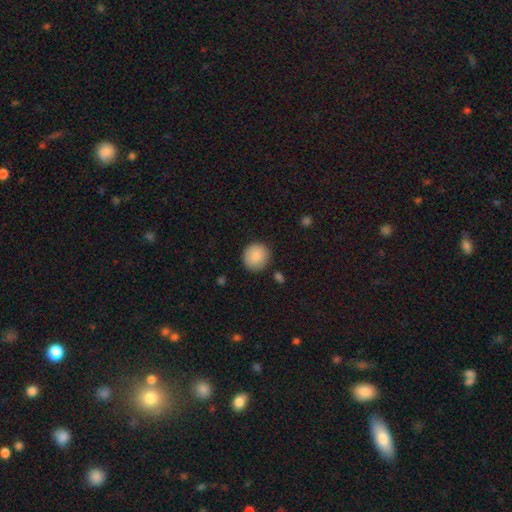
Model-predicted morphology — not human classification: This is clearly a smooth galaxy (87%). How rounded: clearly round (90%). Merging: clearly none (87%).